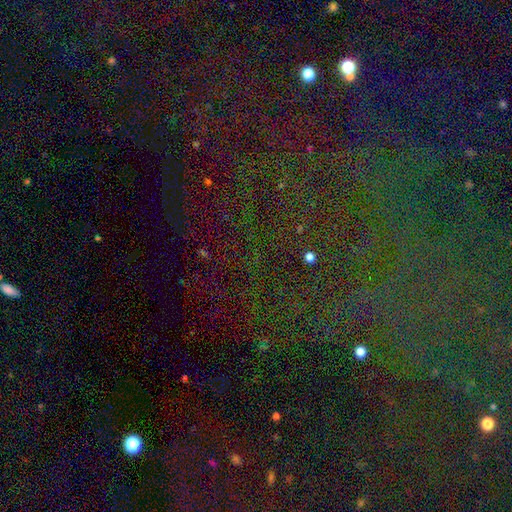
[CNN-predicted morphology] Overall: star or artifact (80%).